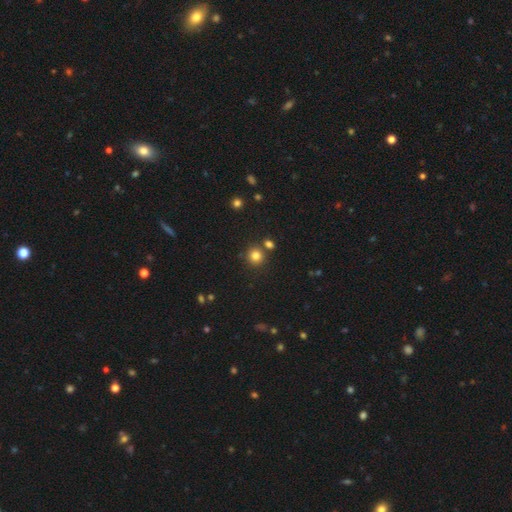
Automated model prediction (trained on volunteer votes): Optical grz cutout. It shows a smooth galaxy with no disk features (81%) that is round (91%). Merging: none (80%).